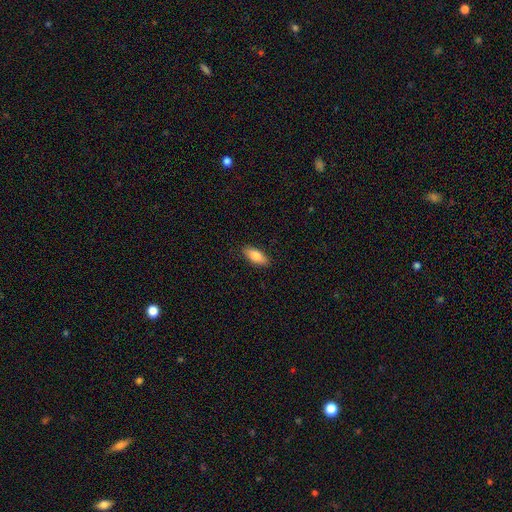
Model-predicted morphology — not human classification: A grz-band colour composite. It shows a smooth galaxy with no disk features (84%) that is in between round and cigar-shaped (82%). Merging: none (89%).